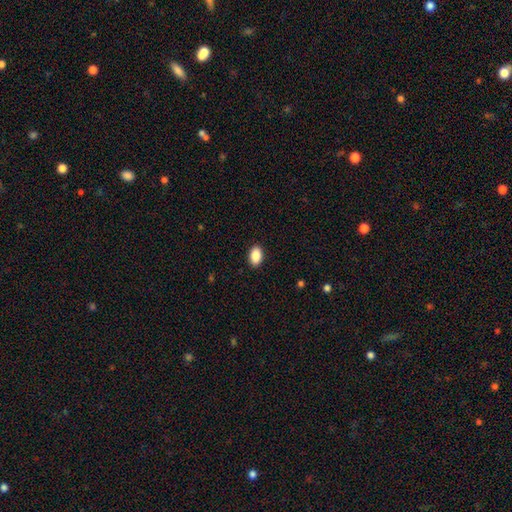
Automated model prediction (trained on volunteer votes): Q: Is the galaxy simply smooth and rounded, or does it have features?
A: smooth — 89%.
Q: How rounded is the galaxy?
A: in between — 91%.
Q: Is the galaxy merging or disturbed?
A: none — 90%.